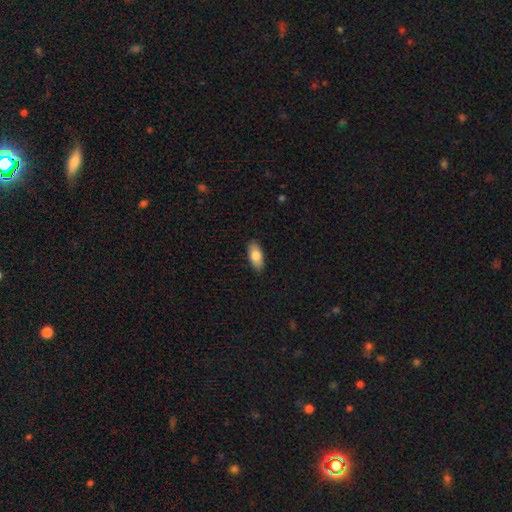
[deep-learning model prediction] smooth-or-featured: smooth: 80% | featured or disk: 14% | star or artifact: 6%
  how-rounded: in between: 86% | cigar-shaped: 12% | round: 2%
  merging: none: 89% | minor disturbance: 9% | major disturbance: 2% | merger: 1%